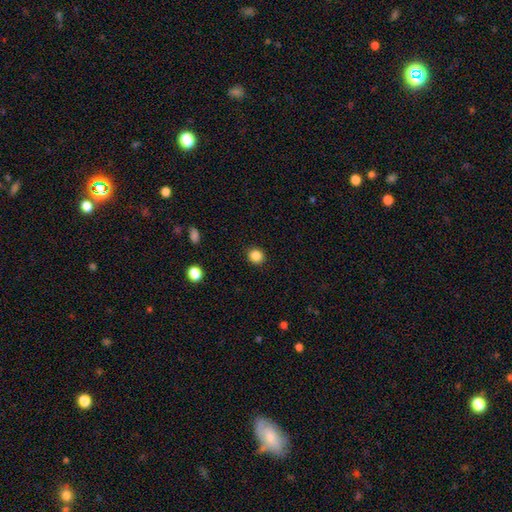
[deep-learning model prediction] The model was most divided on "how rounded": round: 86%, in between: 13%, cigar-shaped: 1%. More confident: merging — none (91%); smooth or featured — smooth (86%).